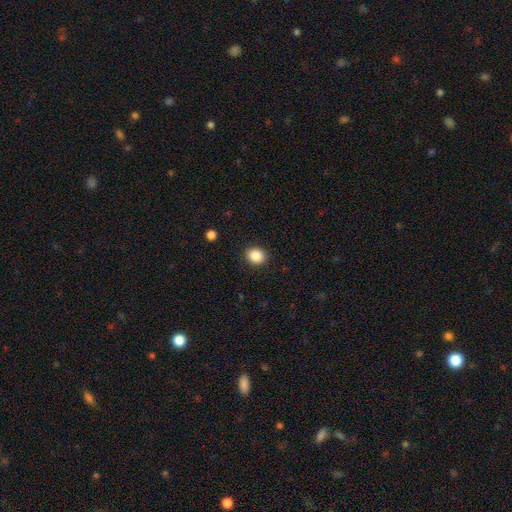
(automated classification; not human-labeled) Overall: smooth (87%). How rounded: round (65%; in between 34%). Merging: none (91%).